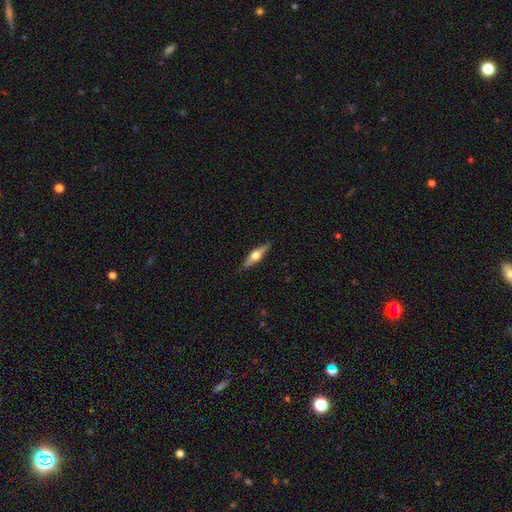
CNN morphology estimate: Overall: featured or disk (67%; smooth 27%). Edge-on disk: yes (97%). Edge-on bulge: rounded (94%). Merging: none (89%).